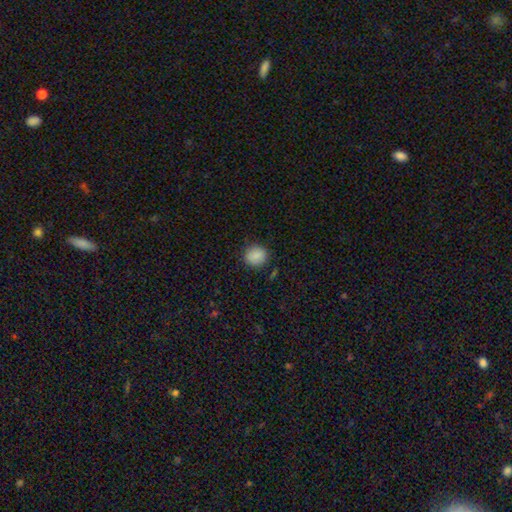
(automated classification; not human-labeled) Smooth or featured? smooth (88%)
How rounded? round (85%)
Merging? none (87%)